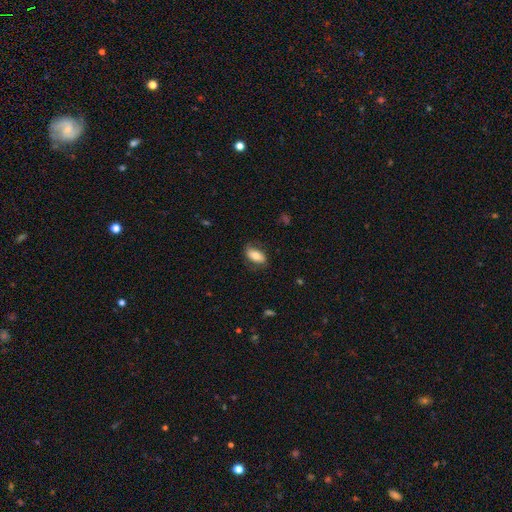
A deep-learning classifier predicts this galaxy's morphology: Smooth or featured: smooth — 69% (featured or disk — 24%)
How rounded: in between — 90% (cigar-shaped — 6%)
Merging: none — 74% (minor disturbance — 18%)